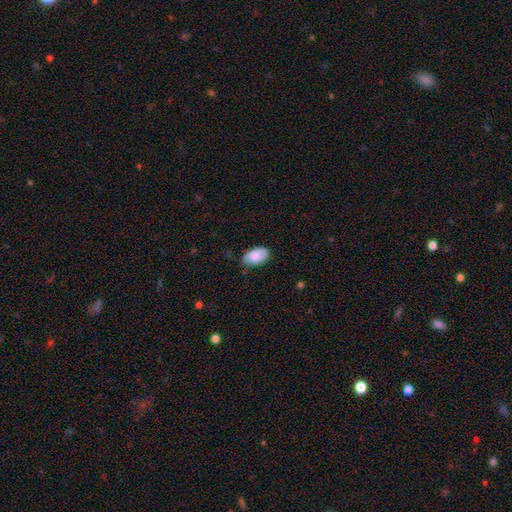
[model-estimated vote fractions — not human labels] Smooth or featured?
  - smooth: 77% *
  - featured or disk: 17%
  - star or artifact: 7%
How rounded?
  - in between: 93% *
  - round: 6%
  - cigar-shaped: 1%
Merging?
  - none: 55% *
  - minor disturbance: 36%
  - major disturbance: 7%
  - merger: 2%